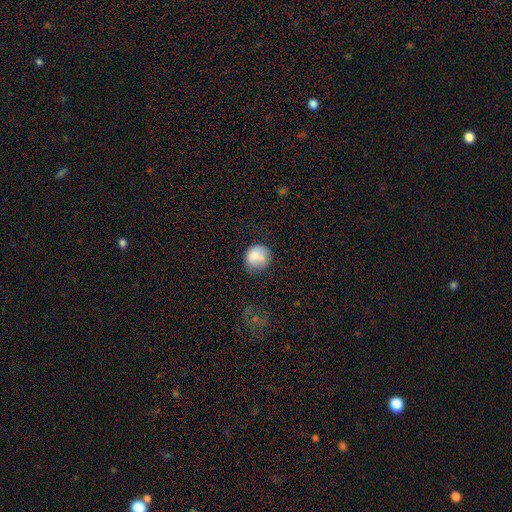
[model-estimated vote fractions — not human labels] Morphology: type=smooth (78%); roundness=round (82%); merging=none (58%).